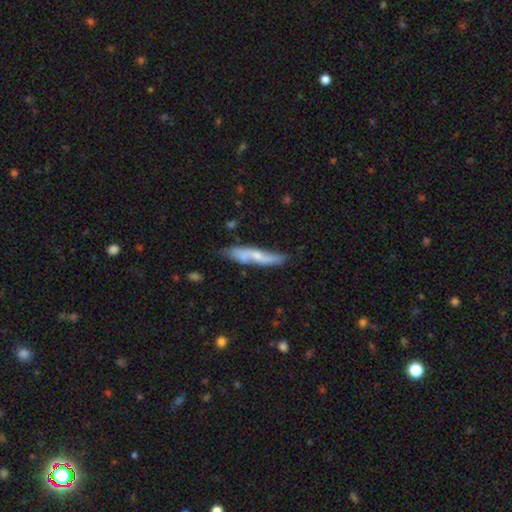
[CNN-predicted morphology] The model was most divided on "smooth or featured": featured or disk: 48%, smooth: 46%, star or artifact: 6%. More confident: merging — none (66%).